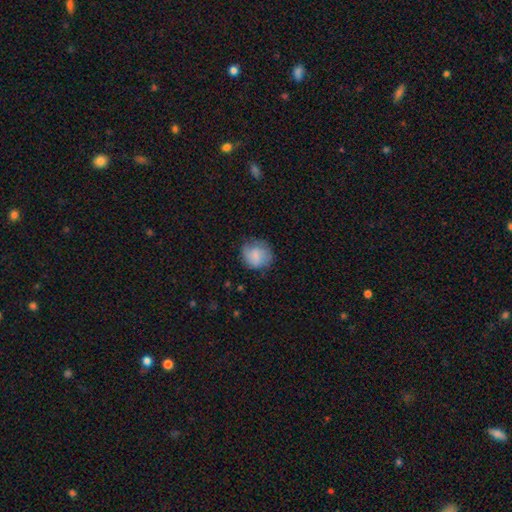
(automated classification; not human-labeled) Smooth or featured?
  - smooth: 77% *
  - featured or disk: 16%
  - star or artifact: 7%
How rounded?
  - round: 79% *
  - in between: 20%
  - cigar-shaped: 1%
Merging?
  - none: 70% *
  - minor disturbance: 22%
  - major disturbance: 7%
  - merger: 1%